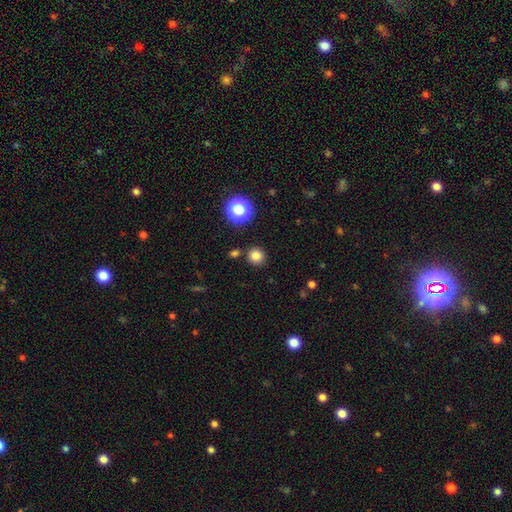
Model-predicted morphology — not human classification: smooth_or_featured: smooth (p=0.81) [alt: star or artifact p=0.15]
how_rounded: round (p=0.91) [alt: in between p=0.08]
merging: none (p=0.86) [alt: minor disturbance p=0.07]